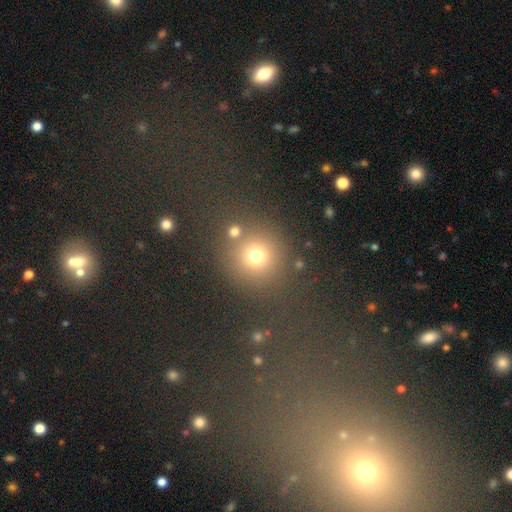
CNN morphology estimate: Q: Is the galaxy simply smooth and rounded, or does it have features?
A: smooth — 72%.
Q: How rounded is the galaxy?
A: round — 91%.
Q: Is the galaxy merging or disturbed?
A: none — 73%.